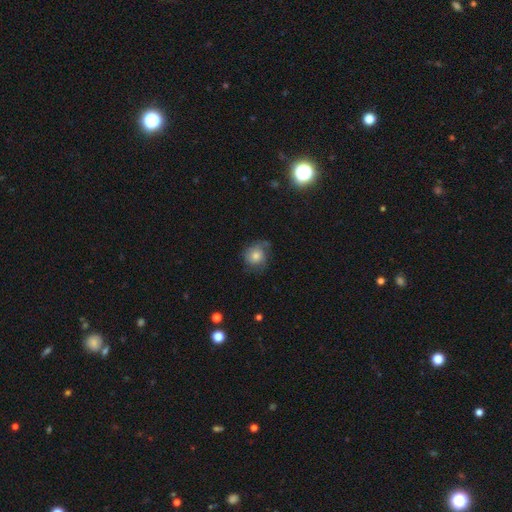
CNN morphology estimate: Smooth or featured? smooth (55%)
How rounded? round (76%)
Merging? none (57%)